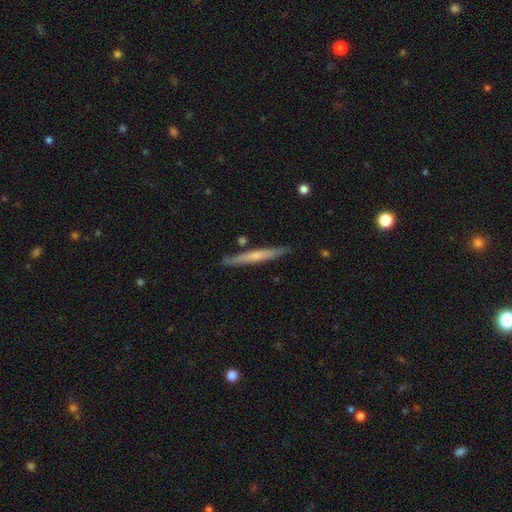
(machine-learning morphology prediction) smooth-or-featured: featured or disk: 48% | smooth: 47% | star or artifact: 5%
  merging: none: 86% | minor disturbance: 9% | merger: 3% | major disturbance: 2%